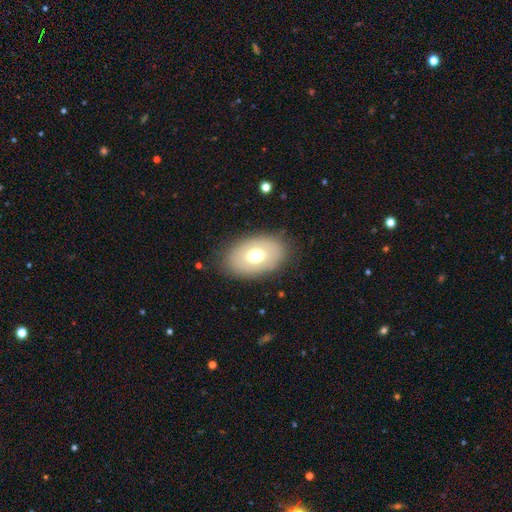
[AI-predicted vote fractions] This appears to be a smooth galaxy with no disk features (65%) that is in between round and cigar-shaped (86%). Merging: none (84%).